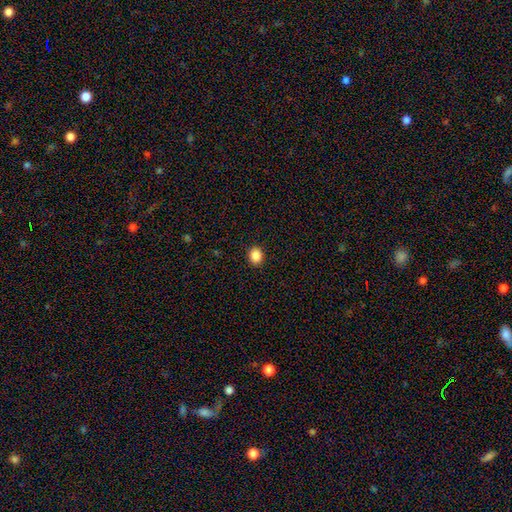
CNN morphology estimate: Smooth or featured? Predicted: smooth (p=0.87). How rounded? Predicted: round (p=0.59). Merging? Predicted: none (p=0.92).